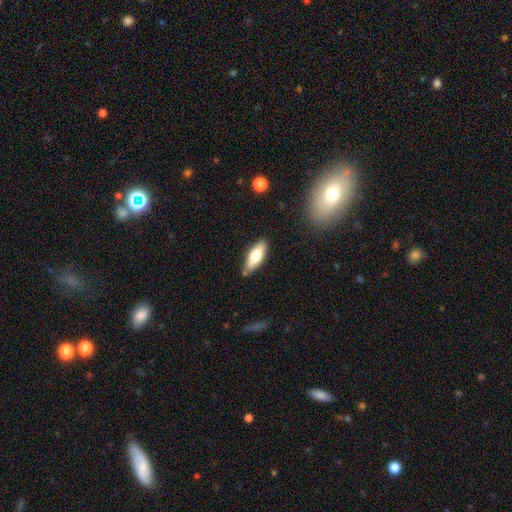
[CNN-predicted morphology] type=smooth (67%); roundness=in between (64%); merging=none (82%).